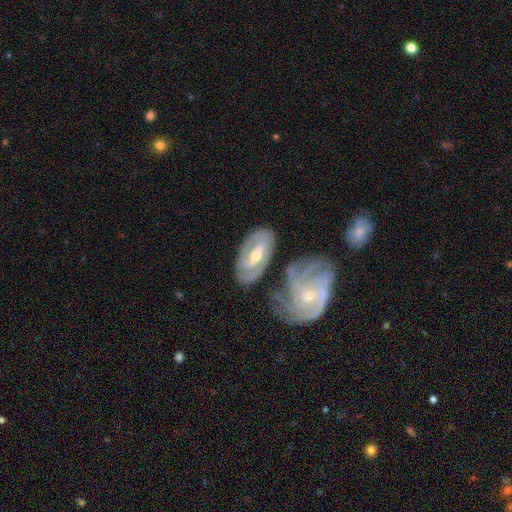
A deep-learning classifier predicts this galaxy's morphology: This appears to be a featured or disk galaxy (80%) with a weak bar (40%), 2 (50%) tight (55%) spiral arms (88%) and a moderate central bulge (60%). Merging: none (65%).